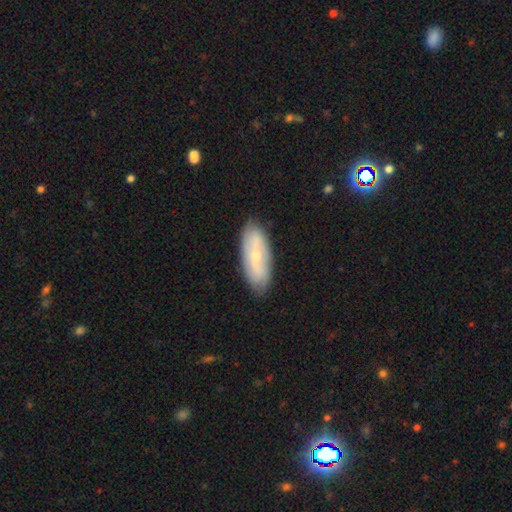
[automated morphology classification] This is possibly a featured or disk galaxy (49%). Merging: clearly none (84%).